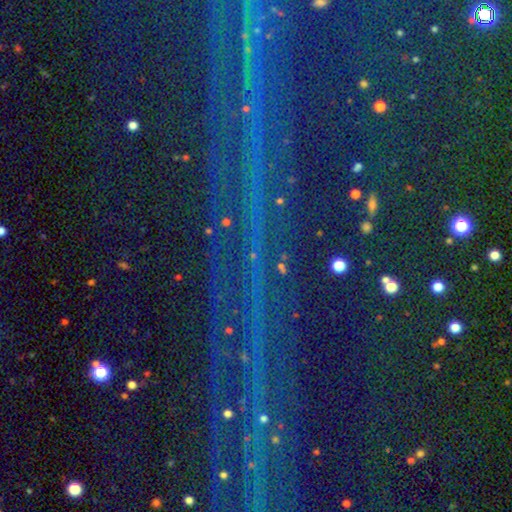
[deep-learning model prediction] Smooth or featured?
  - star or artifact: 86% *
  - featured or disk: 7%
  - smooth: 7%